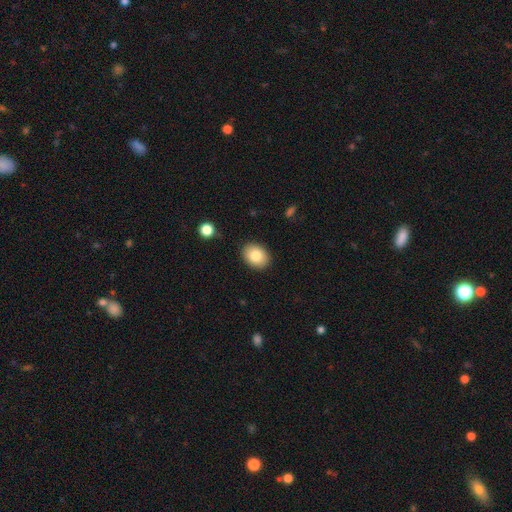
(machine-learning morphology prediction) smooth_or_featured: smooth (p=0.82) [alt: featured or disk p=0.10]
how_rounded: in between (p=0.65) [alt: round p=0.34]
merging: none (p=0.88) [alt: minor disturbance p=0.09]